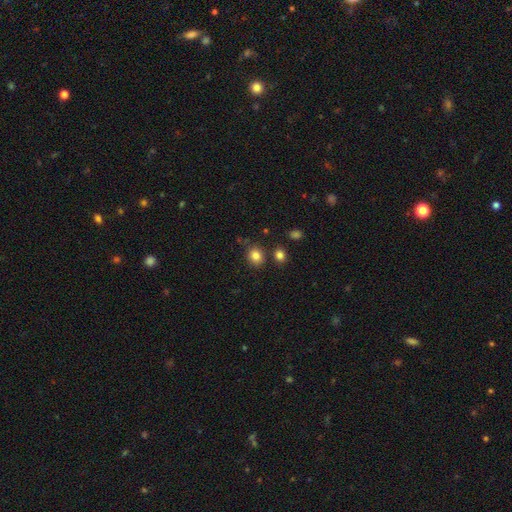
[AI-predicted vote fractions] smooth_or_featured: smooth (p=0.83) [alt: star or artifact p=0.11]
how_rounded: round (p=0.69) [alt: in between p=0.31]
merging: none (p=0.81) [alt: minor disturbance p=0.10]